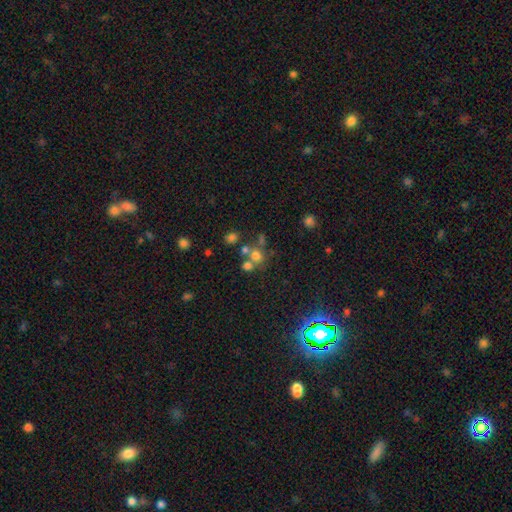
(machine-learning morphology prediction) type=smooth (65%); roundness=round (80%); merging=none (48%).